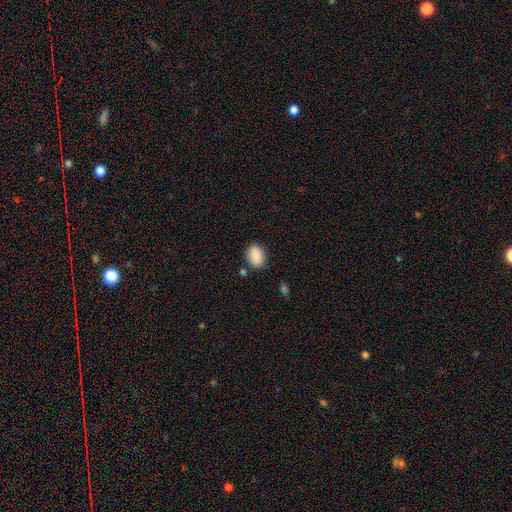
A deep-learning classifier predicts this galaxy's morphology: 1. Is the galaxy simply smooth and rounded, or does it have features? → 89% smooth, 7% star or artifact, 4% featured or disk.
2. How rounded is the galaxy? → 83% in between, 16% round, 1% cigar-shaped.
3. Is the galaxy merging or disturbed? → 79% none, 13% minor disturbance, 5% merger, 3% major disturbance.